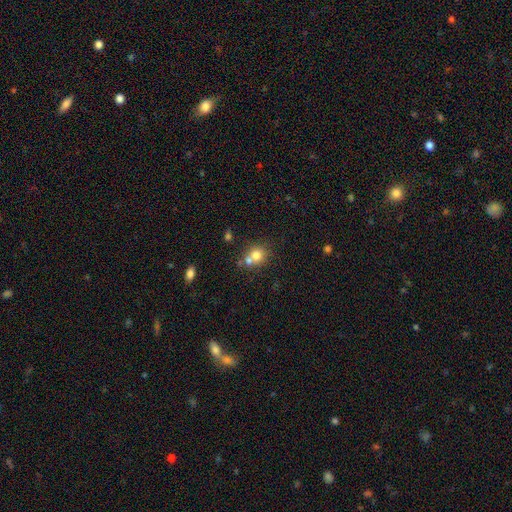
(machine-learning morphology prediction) smooth_or_featured: smooth (p=0.74) [alt: featured or disk p=0.13]
how_rounded: round (p=0.79) [alt: in between p=0.20]
merging: none (p=0.47) [alt: merger p=0.41]